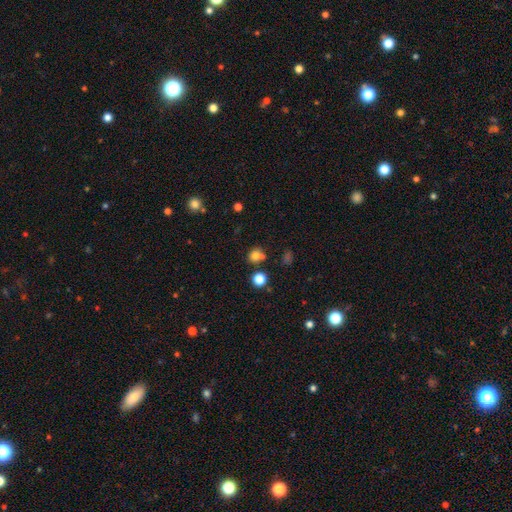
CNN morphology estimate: Smooth or featured? Predicted: smooth (p=0.76). How rounded? Predicted: round (p=0.83). Merging? Predicted: none (p=0.66).